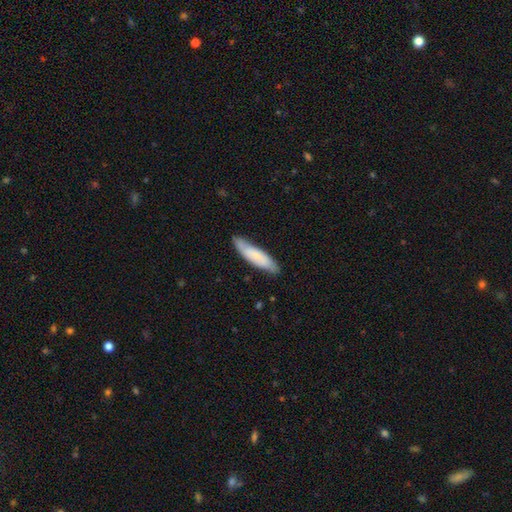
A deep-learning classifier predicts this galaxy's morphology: smooth 62%, featured or disk 32%, star or artifact 5%. Down the decision tree: how rounded — cigar-shaped (69%); merging — none (79%).